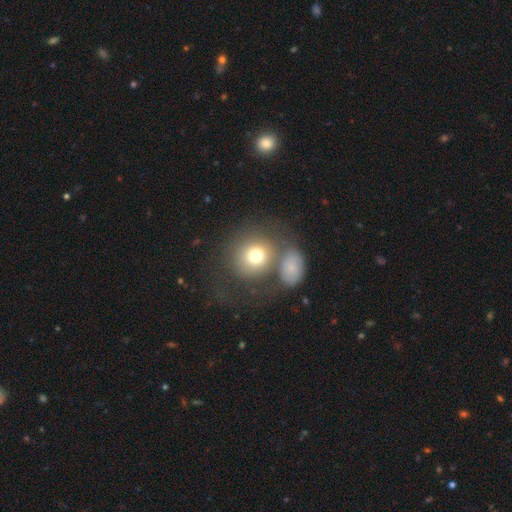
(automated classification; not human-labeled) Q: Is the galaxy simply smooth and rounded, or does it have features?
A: smooth — 71%.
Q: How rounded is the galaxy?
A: round — 86%.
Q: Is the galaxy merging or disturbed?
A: none — 52%.